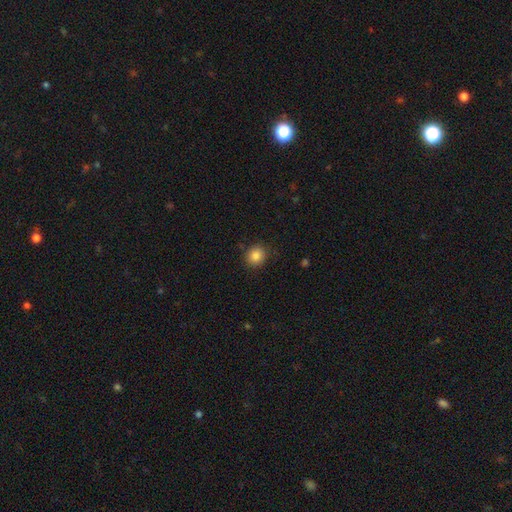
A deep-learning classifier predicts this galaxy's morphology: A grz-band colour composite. It shows a smooth galaxy with no disk features (85%) that is round (84%). Merging: none (88%).